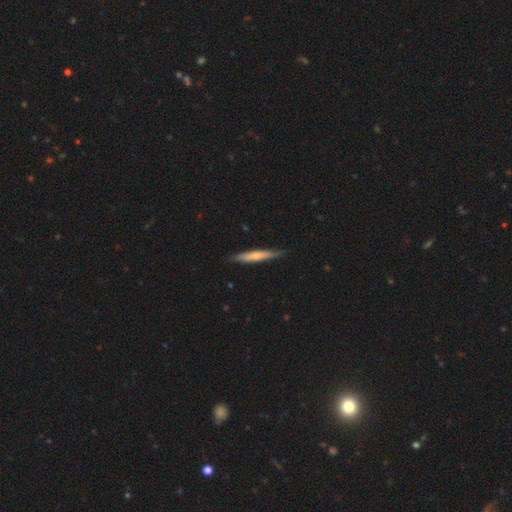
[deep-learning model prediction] Smooth or featured? smooth (57%)
How rounded? cigar-shaped (93%)
Merging? none (86%)